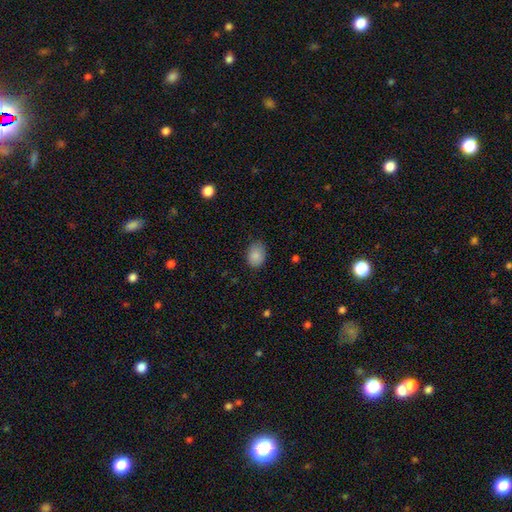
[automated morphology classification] Q: Smooth or featured?
A: smooth (86%); runner-up: star or artifact (8%)
Q: How rounded?
A: in between (70%); runner-up: round (29%)
Q: Merging?
A: none (77%); runner-up: minor disturbance (18%)